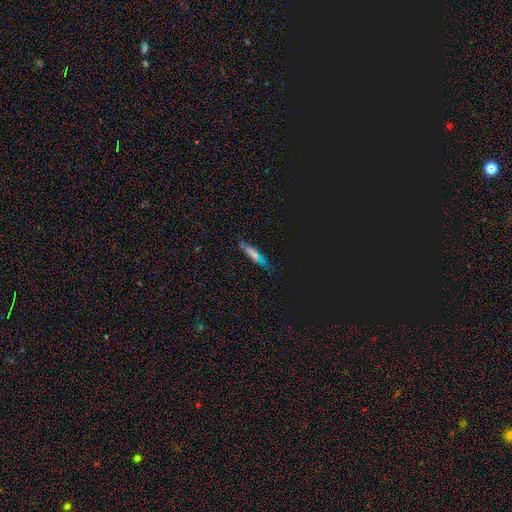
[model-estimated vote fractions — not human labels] This appears to be a smooth galaxy with no disk features (44%). Merging: none (79%).